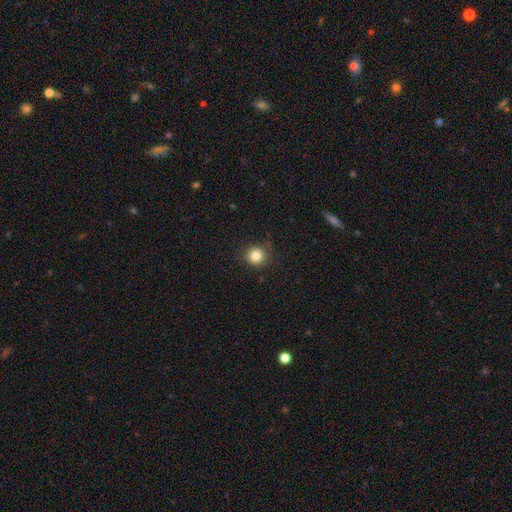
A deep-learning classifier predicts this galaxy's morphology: Smooth or featured?
  - smooth: 83% *
  - star or artifact: 11%
  - featured or disk: 5%
How rounded?
  - round: 93% *
  - in between: 6%
  - cigar-shaped: 1%
Merging?
  - none: 87% *
  - minor disturbance: 9%
  - major disturbance: 3%
  - merger: 1%